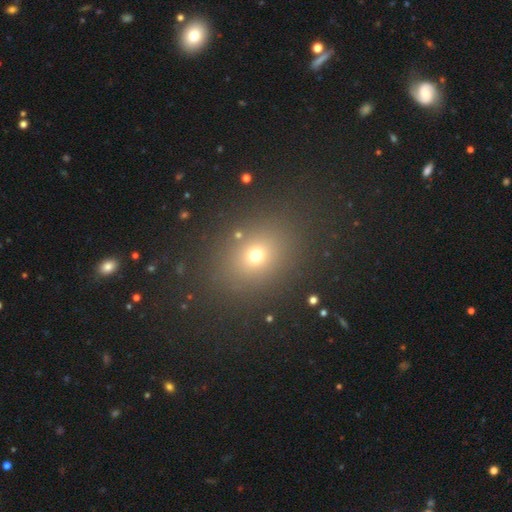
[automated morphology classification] The model was most divided on "how rounded": round: 55%, in between: 44%, cigar-shaped: 1%. More confident: merging — none (85%); smooth or featured — smooth (67%).